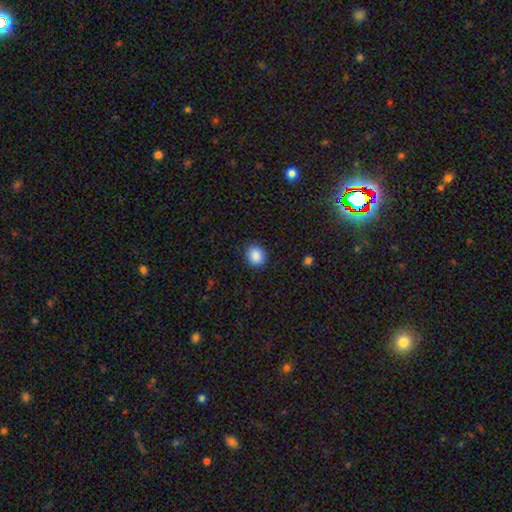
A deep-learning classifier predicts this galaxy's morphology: smooth_or_featured: smooth (p=0.89) [alt: star or artifact p=0.08]
how_rounded: round (p=0.72) [alt: in between p=0.27]
merging: none (p=0.89) [alt: minor disturbance p=0.07]